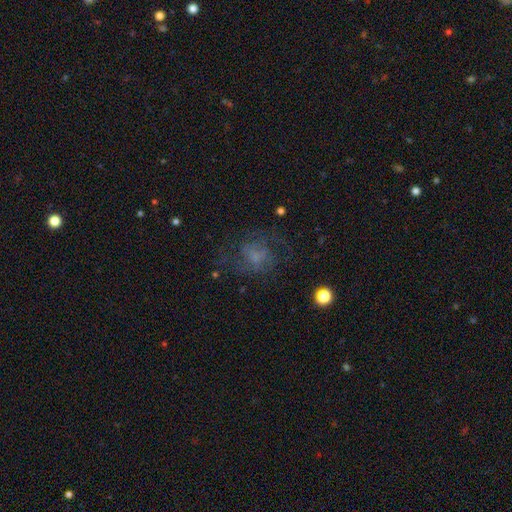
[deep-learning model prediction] smooth_or_featured: featured or disk (p=0.42) [alt: smooth p=0.40]
merging: none (p=0.52) [alt: major disturbance p=0.27]